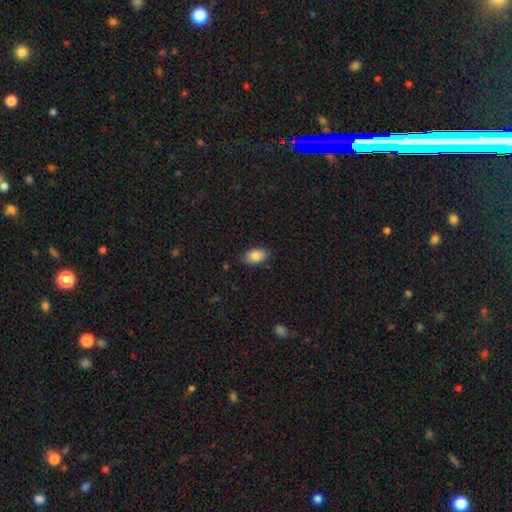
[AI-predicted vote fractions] The model was most divided on "merging": none: 84%, minor disturbance: 13%, major disturbance: 2%, merger: 1%. More confident: how rounded — in between (92%); smooth or featured — smooth (86%).